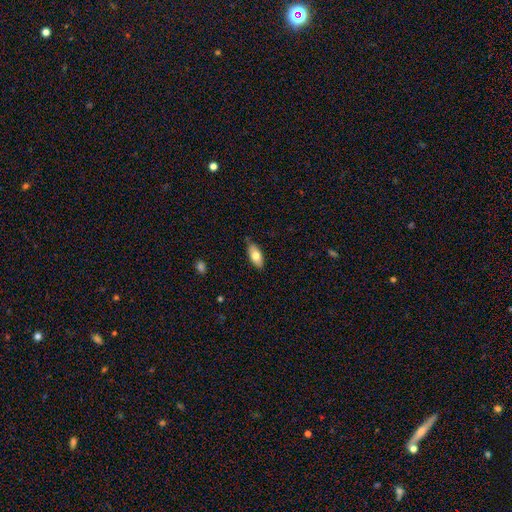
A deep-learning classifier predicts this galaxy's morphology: A smooth galaxy with no disk features (72%) that is in between round and cigar-shaped (87%).

Vote fractions:
- Smooth or featured? smooth: 72% / featured or disk: 22% / star or artifact: 6%
- How rounded? in between: 87% / cigar-shaped: 11% / round: 3%
- Merging? none: 81% / minor disturbance: 15% / major disturbance: 2% / merger: 1%